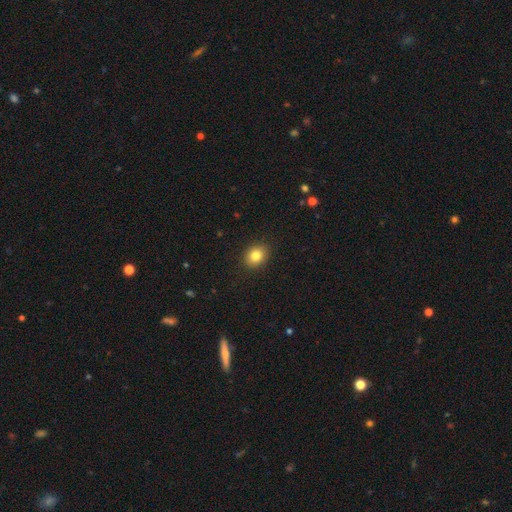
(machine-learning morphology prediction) Smooth or featured?
  - smooth: 83% *
  - star or artifact: 10%
  - featured or disk: 7%
How rounded?
  - round: 51% *
  - in between: 48%
  - cigar-shaped: 1%
Merging?
  - none: 90% *
  - minor disturbance: 7%
  - major disturbance: 2%
  - merger: 1%